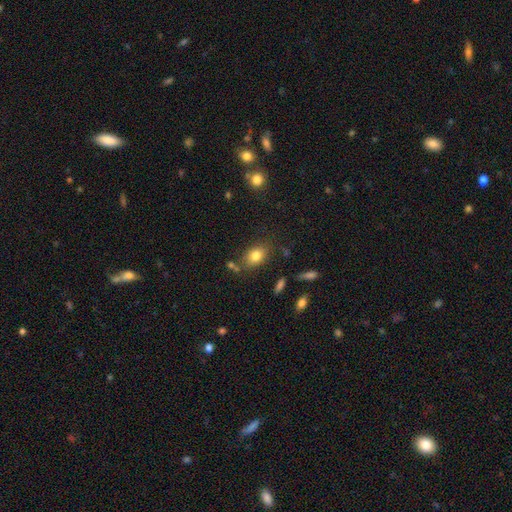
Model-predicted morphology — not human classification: Q: Smooth or featured?
A: smooth (80%); runner-up: featured or disk (10%)
Q: How rounded?
A: in between (77%); runner-up: round (22%)
Q: Merging?
A: none (73%); runner-up: minor disturbance (16%)